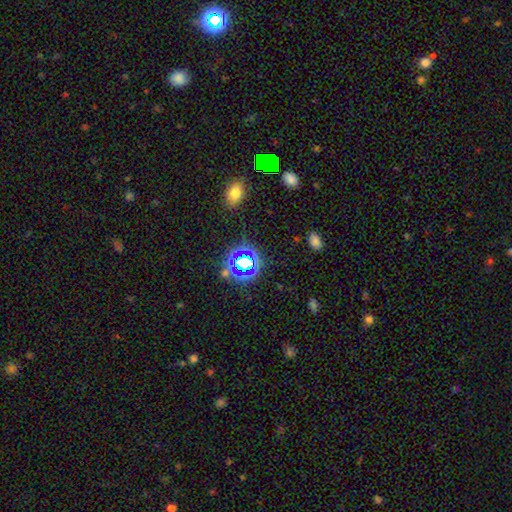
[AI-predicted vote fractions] Smooth or featured? Predicted: star or artifact (p=0.64).